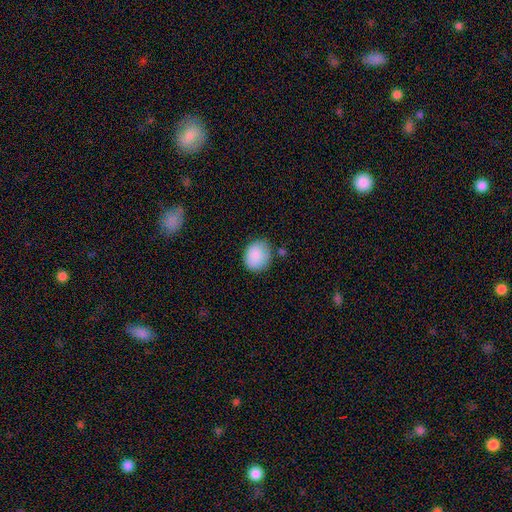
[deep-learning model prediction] A smooth galaxy with no disk features (87%) that is round (68%).

Vote fractions:
- Smooth or featured? smooth: 87% / star or artifact: 7% / featured or disk: 6%
- How rounded? round: 68% / in between: 31% / cigar-shaped: 1%
- Merging? none: 70% / minor disturbance: 20% / merger: 5% / major disturbance: 5%